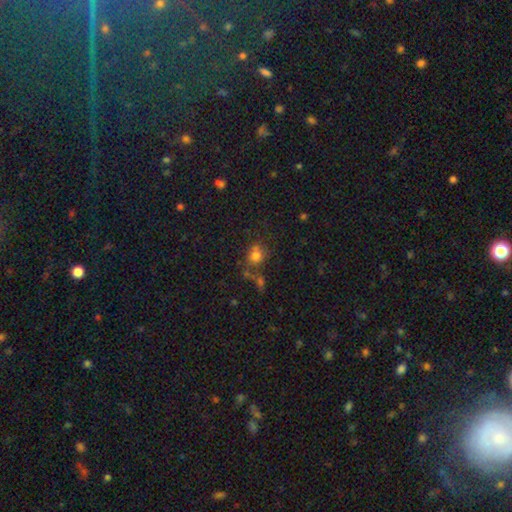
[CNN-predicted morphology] smooth-or-featured: smooth: 73% | star or artifact: 16% | featured or disk: 11%
  how-rounded: round: 72% | in between: 27% | cigar-shaped: 1%
  merging: none: 53% | merger: 21% | minor disturbance: 17% | major disturbance: 9%